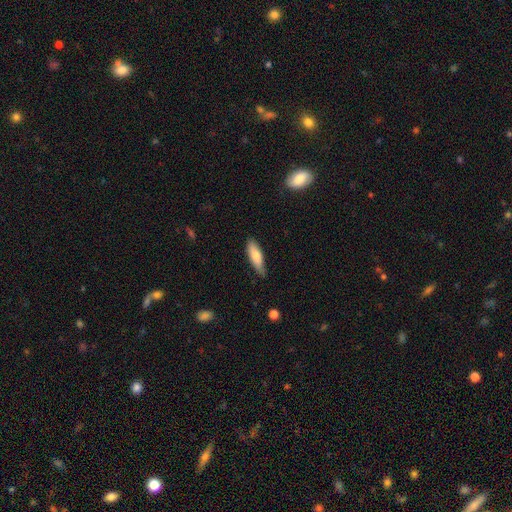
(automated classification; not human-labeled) This is likely a smooth galaxy (74%). How rounded: possibly cigar-shaped (50%). Merging: likely none (74%).